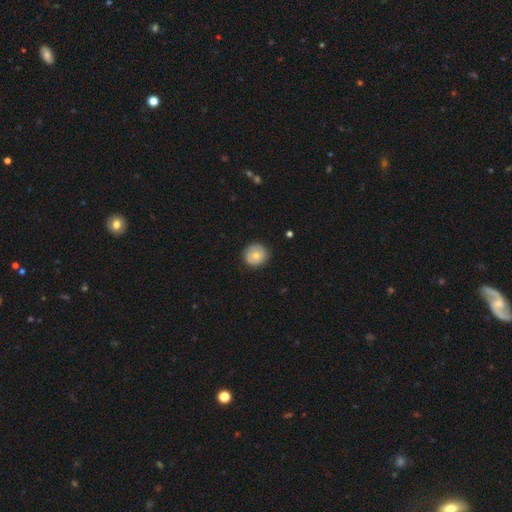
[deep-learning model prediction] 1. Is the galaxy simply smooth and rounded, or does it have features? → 66% smooth, 27% featured or disk, 7% star or artifact.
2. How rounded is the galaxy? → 90% round, 9% in between, 1% cigar-shaped.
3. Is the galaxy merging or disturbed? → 84% none, 12% minor disturbance, 3% major disturbance, 1% merger.